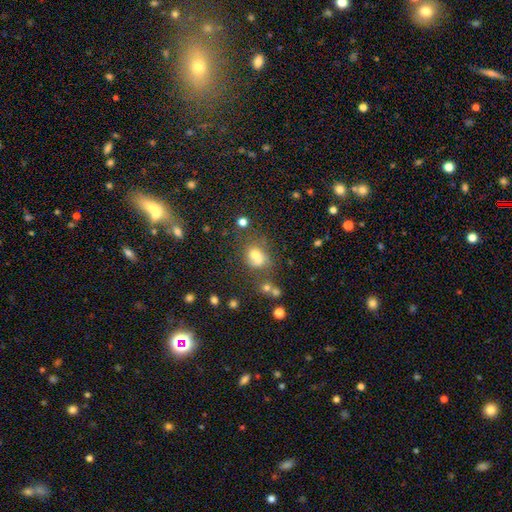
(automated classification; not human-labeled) This appears to be a smooth galaxy with no disk features (63%) that is round (64%). Merging: merger (47%).